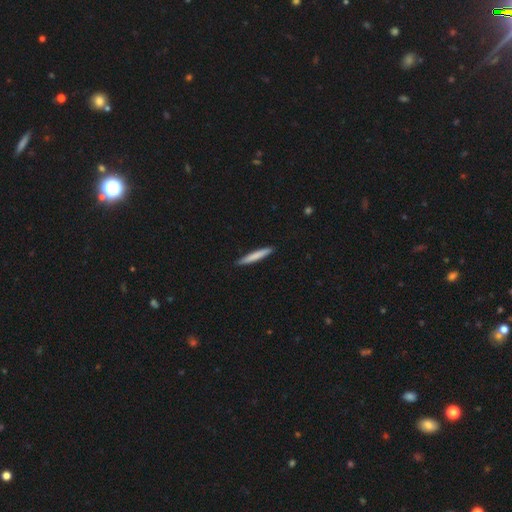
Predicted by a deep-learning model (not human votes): Q: Smooth or featured?
A: smooth (77%); runner-up: featured or disk (18%)
Q: How rounded?
A: cigar-shaped (95%); runner-up: in between (4%)
Q: Merging?
A: none (90%); runner-up: minor disturbance (7%)